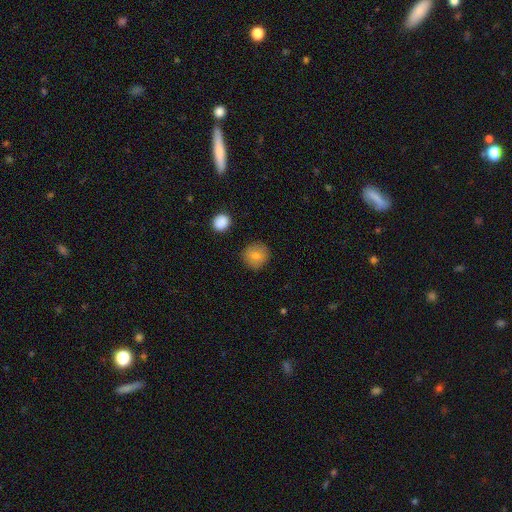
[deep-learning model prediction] Q: Smooth or featured?
A: smooth (77%); runner-up: featured or disk (14%)
Q: How rounded?
A: round (92%); runner-up: in between (7%)
Q: Merging?
A: none (88%); runner-up: minor disturbance (9%)